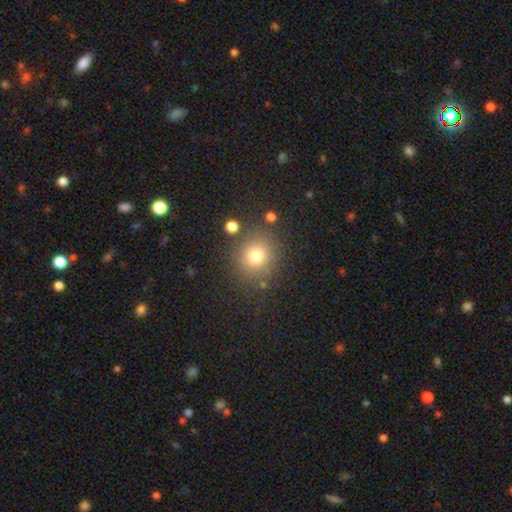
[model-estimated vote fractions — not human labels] This appears to be a smooth galaxy with no disk features (76%) that is round (85%). Merging: none (82%).